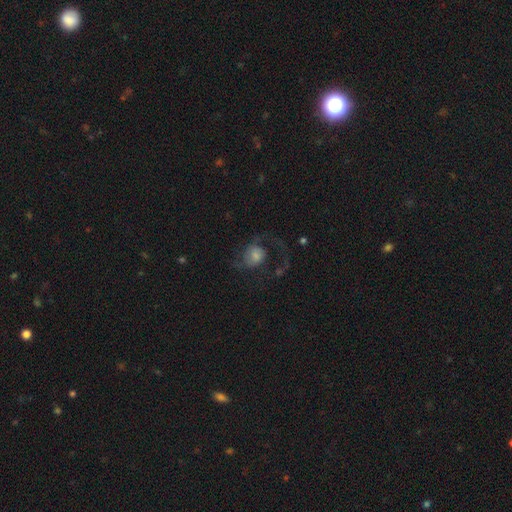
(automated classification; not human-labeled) Smooth or featured? featured or disk (62%)
Edge-on disk? no (97%)
Bar? no (70%)
Spiral arms? yes (85%)
Spiral winding? loose (57%)
Spiral arm count? 2 (65%)
Bulge size? moderate (38%)
Merging? none (43%)